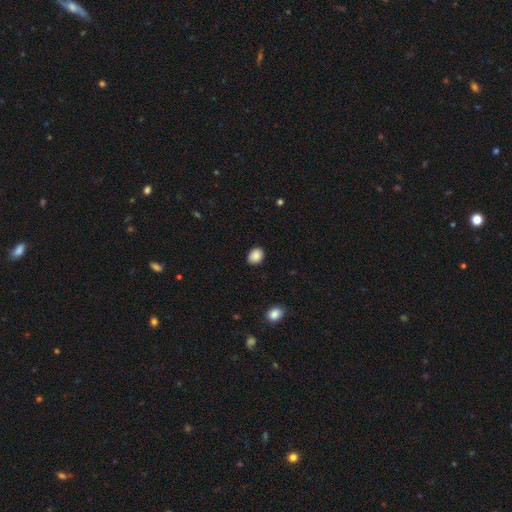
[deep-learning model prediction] Smooth or featured?
  - smooth: 89% *
  - star or artifact: 8%
  - featured or disk: 3%
How rounded?
  - in between: 54% *
  - round: 45%
  - cigar-shaped: 1%
Merging?
  - none: 88% *
  - minor disturbance: 9%
  - major disturbance: 2%
  - merger: 1%